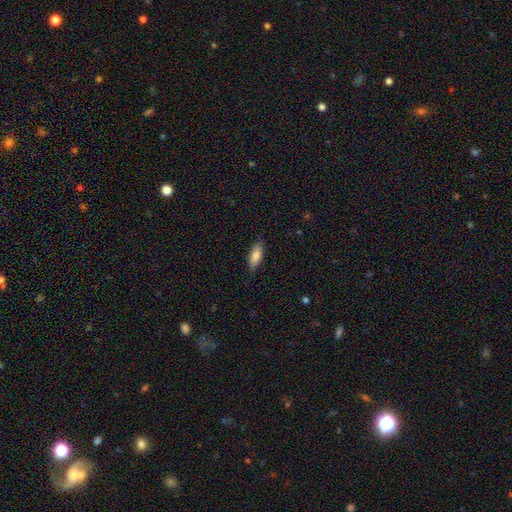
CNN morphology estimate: smooth_or_featured: smooth (p=0.81) [alt: featured or disk p=0.12]
how_rounded: in between (p=0.72) [alt: cigar-shaped p=0.26]
merging: none (p=0.85) [alt: minor disturbance p=0.12]